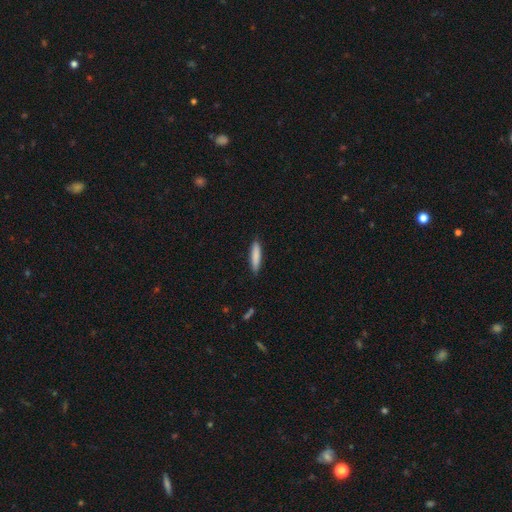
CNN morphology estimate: smooth 85%, featured or disk 9%, star or artifact 6%. Down the decision tree: how rounded — cigar-shaped (83%); merging — none (88%).